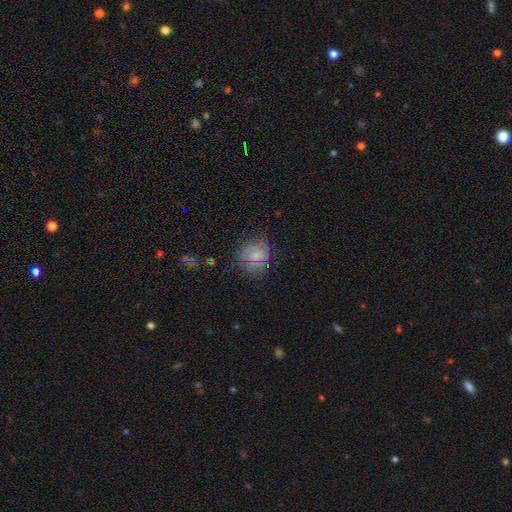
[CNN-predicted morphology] smooth 63%, featured or disk 26%, star or artifact 11%. Down the decision tree: how rounded — round (84%); merging — none (73%).